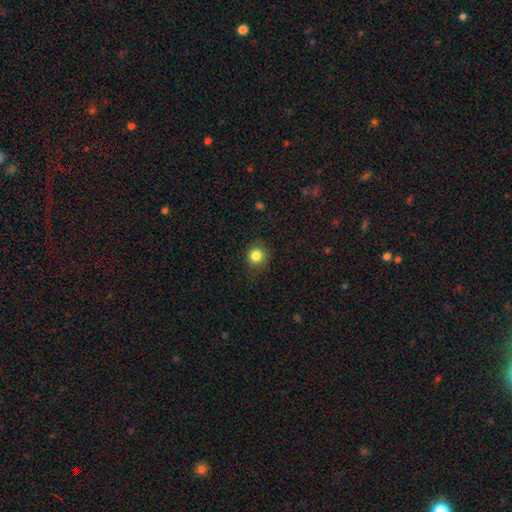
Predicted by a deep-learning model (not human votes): This appears to be a smooth galaxy with no disk features (83%) that is round (84%). Merging: none (79%).